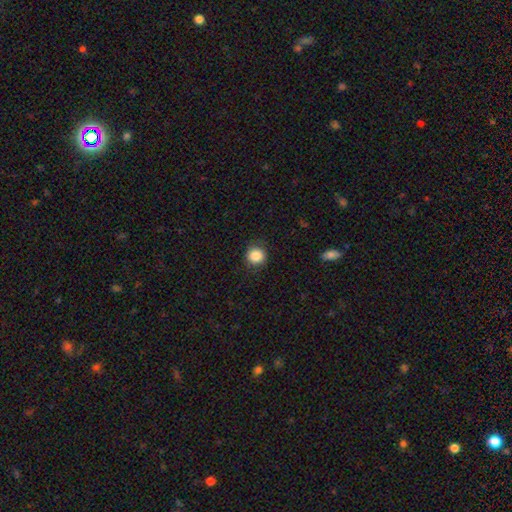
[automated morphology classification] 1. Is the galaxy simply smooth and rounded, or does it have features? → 86% smooth, 10% star or artifact, 4% featured or disk.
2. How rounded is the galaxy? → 92% round, 7% in between, 1% cigar-shaped.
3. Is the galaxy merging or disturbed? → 87% none, 9% minor disturbance, 3% major disturbance, 1% merger.